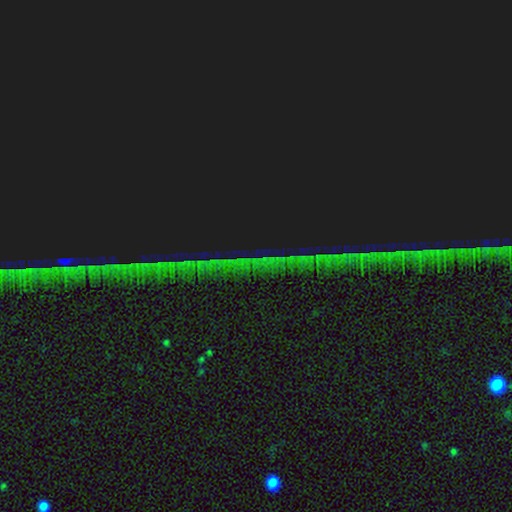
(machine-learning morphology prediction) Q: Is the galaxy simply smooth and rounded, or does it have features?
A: star or artifact — 87%.